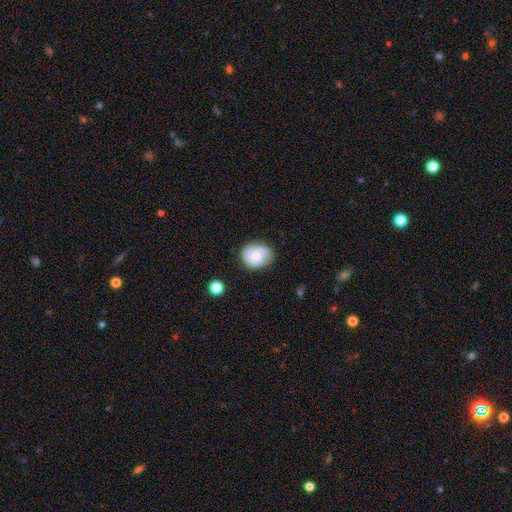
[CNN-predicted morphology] A featured or disk galaxy (50%).

Vote fractions:
- Smooth or featured? featured or disk: 50% / smooth: 43% / star or artifact: 8%
- Merging? none: 69% / minor disturbance: 23% / major disturbance: 6% / merger: 1%